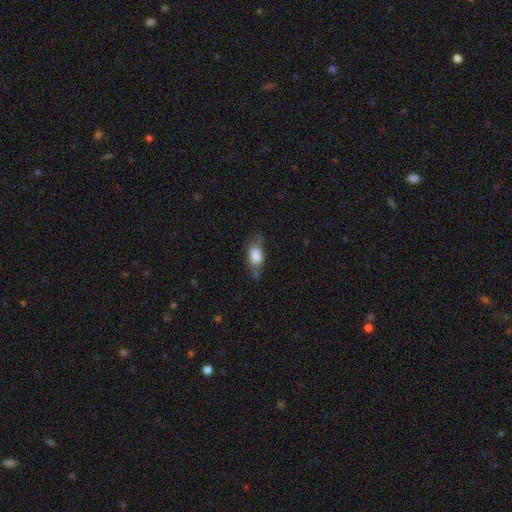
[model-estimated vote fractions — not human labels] Smooth or featured? smooth (77%)
How rounded? in between (83%)
Merging? none (49%)